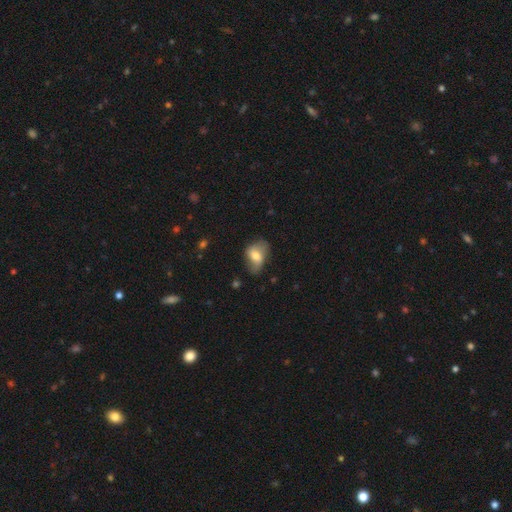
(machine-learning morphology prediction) type=smooth (58%); roundness=in between (83%); merging=none (50%).